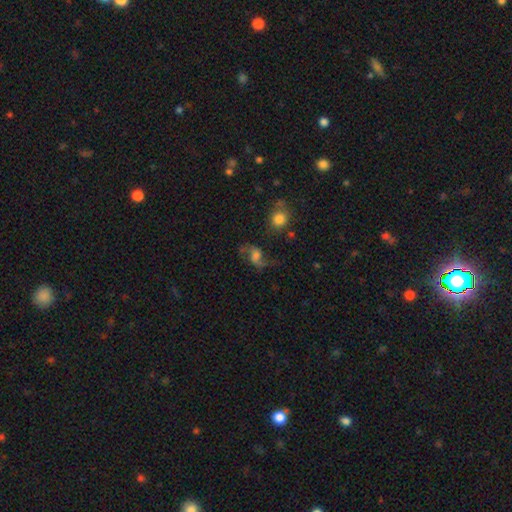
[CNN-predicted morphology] The model was most divided on "bulge size": moderate: 28%, none: 26%, small: 21%, large: 21%, dominant: 4%. Remaining: edge-on disk — no (97%); spiral arms — yes (92%); spiral arm count — 2 (91%); spiral winding — loose (81%); smooth or featured — featured or disk (69%); merging — none (58%); bar — no (46%).